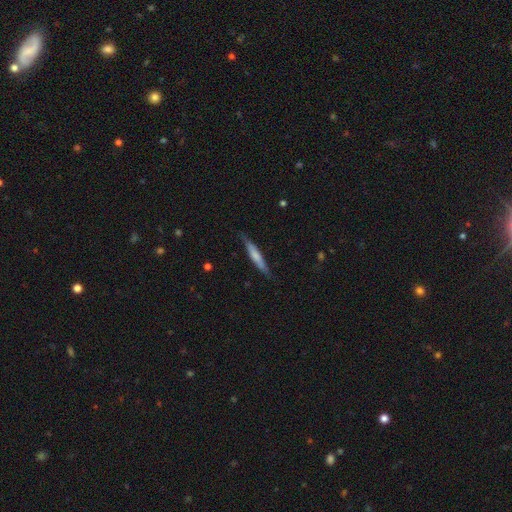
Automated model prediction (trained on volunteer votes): A smooth galaxy with no disk features (57%) that is cigar-shaped (91%).

Vote fractions:
- Smooth or featured? smooth: 57% / featured or disk: 37% / star or artifact: 5%
- How rounded? cigar-shaped: 91% / in between: 7% / round: 1%
- Merging? none: 80% / minor disturbance: 16% / major disturbance: 3% / merger: 1%